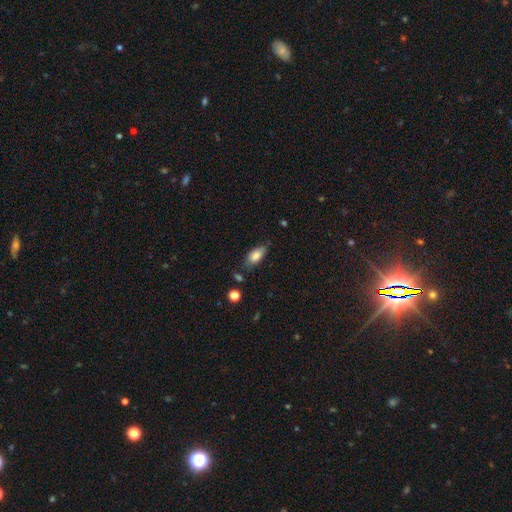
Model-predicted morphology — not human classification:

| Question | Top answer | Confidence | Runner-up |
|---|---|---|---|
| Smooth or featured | smooth | 80% | featured or disk (12%) |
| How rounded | in between | 87% | cigar-shaped (9%) |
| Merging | none | 63% | minor disturbance (27%) |